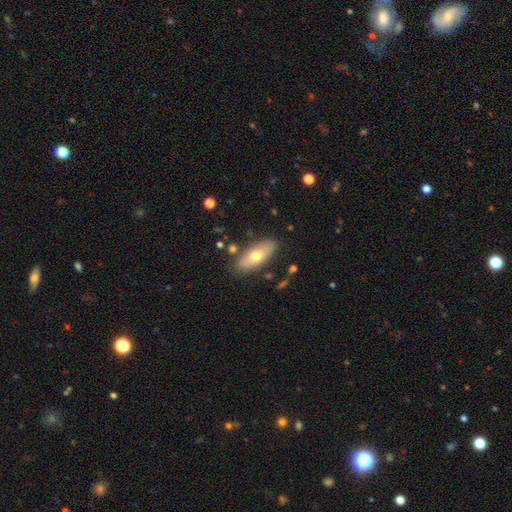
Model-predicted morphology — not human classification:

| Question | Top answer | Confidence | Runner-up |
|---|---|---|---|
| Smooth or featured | smooth | 63% | featured or disk (31%) |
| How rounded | in between | 80% | cigar-shaped (17%) |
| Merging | none | 82% | minor disturbance (12%) |